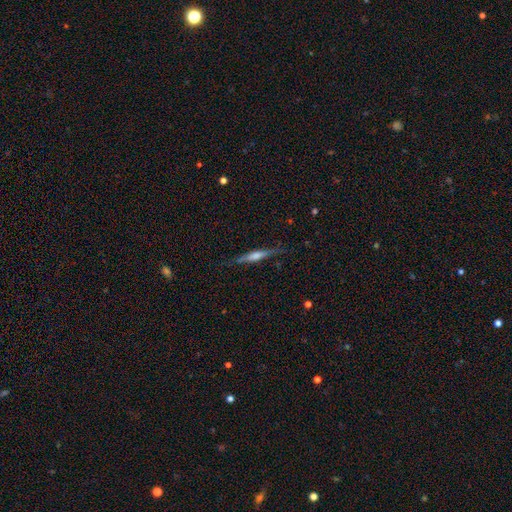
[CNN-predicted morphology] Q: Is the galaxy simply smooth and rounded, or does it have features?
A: featured or disk — 63%.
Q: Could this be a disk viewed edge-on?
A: yes — 97%.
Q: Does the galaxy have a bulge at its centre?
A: rounded — 63%.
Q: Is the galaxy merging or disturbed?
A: none — 84%.